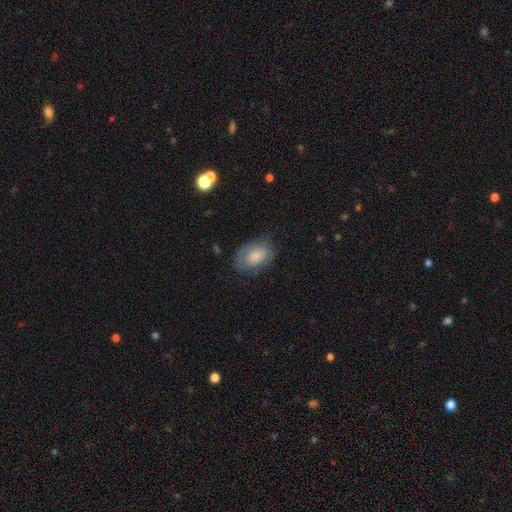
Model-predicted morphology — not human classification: Smooth or featured? smooth (67%)
How rounded? in between (86%)
Merging? none (67%)